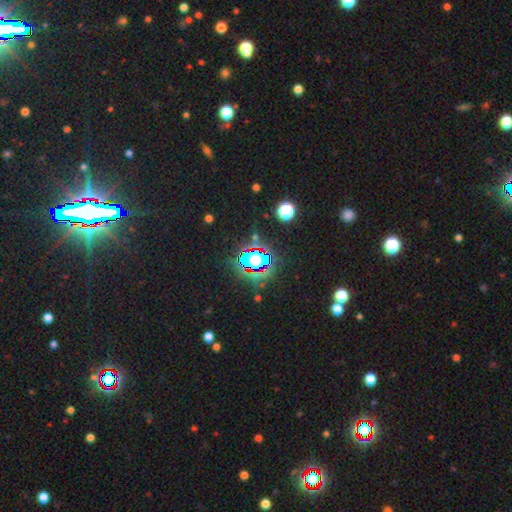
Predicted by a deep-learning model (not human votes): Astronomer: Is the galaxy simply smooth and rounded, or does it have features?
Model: star or artifact — 83%.